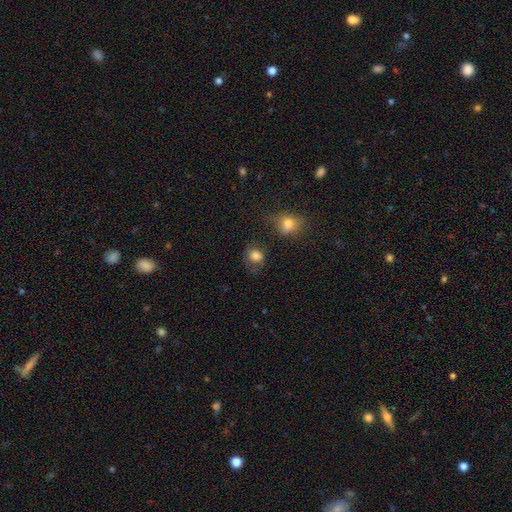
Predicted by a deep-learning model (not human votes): Smooth or featured?
  - smooth: 81% *
  - star or artifact: 11%
  - featured or disk: 9%
How rounded?
  - round: 63% *
  - in between: 35%
  - cigar-shaped: 1%
Merging?
  - none: 55% *
  - minor disturbance: 23%
  - major disturbance: 12%
  - merger: 9%